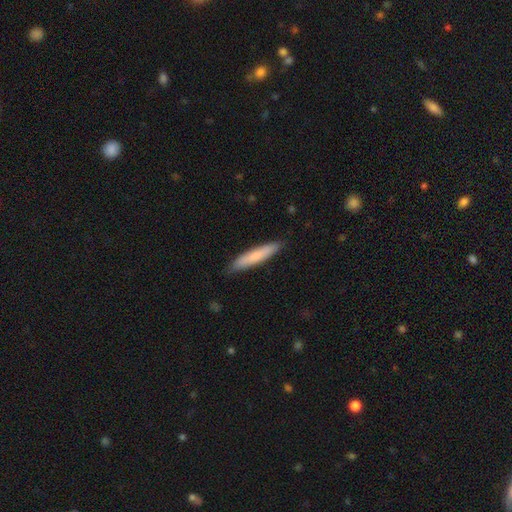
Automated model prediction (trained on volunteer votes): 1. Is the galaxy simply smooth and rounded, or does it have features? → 78% smooth, 17% featured or disk, 5% star or artifact.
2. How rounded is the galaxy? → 89% cigar-shaped, 10% in between, 1% round.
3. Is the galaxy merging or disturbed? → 88% none, 10% minor disturbance, 2% major disturbance, 1% merger.